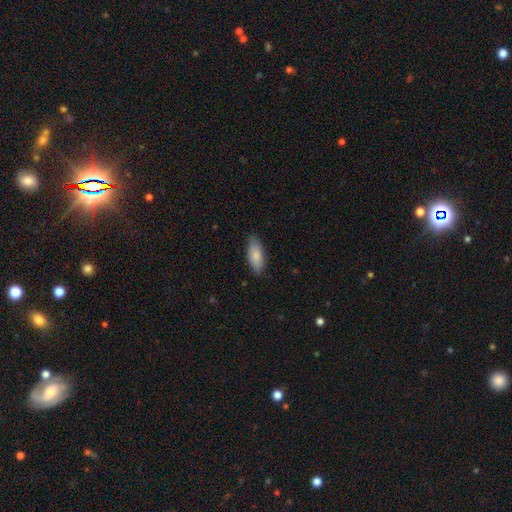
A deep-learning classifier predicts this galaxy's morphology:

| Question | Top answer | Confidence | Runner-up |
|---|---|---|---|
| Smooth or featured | smooth | 84% | featured or disk (11%) |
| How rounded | in between | 80% | cigar-shaped (18%) |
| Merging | none | 81% | minor disturbance (15%) |